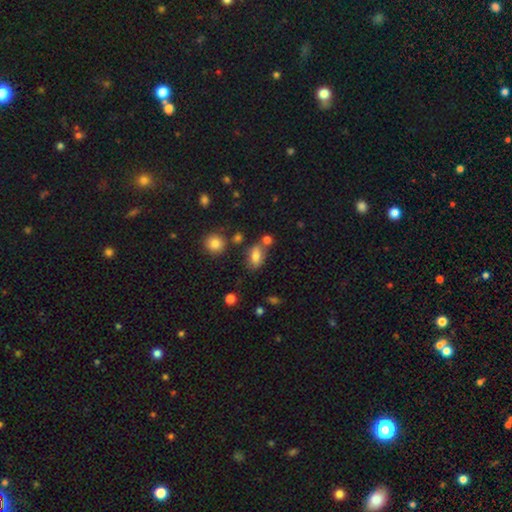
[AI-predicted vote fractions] A smooth galaxy with no disk features (75%) that is in between round and cigar-shaped (84%). Merging: none (64%).